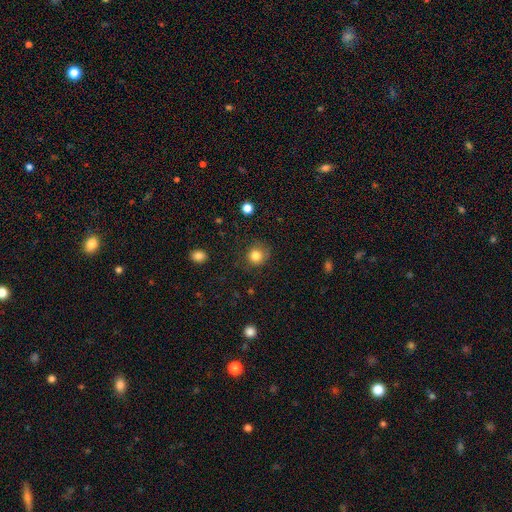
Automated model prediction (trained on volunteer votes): Smooth or featured? smooth (83%)
How rounded? round (86%)
Merging? none (72%)